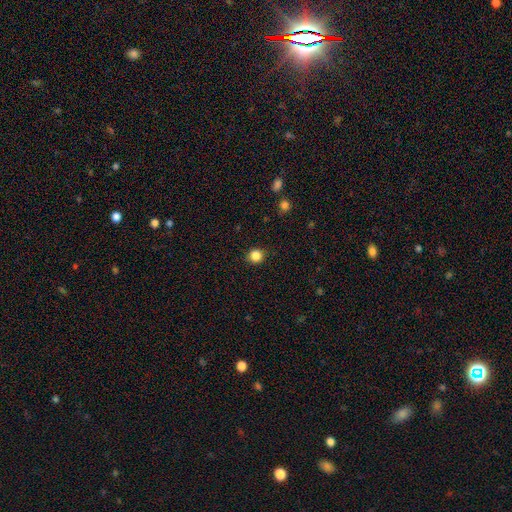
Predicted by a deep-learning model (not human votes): This is clearly a smooth galaxy (85%). How rounded: clearly round (88%). Merging: clearly none (90%).